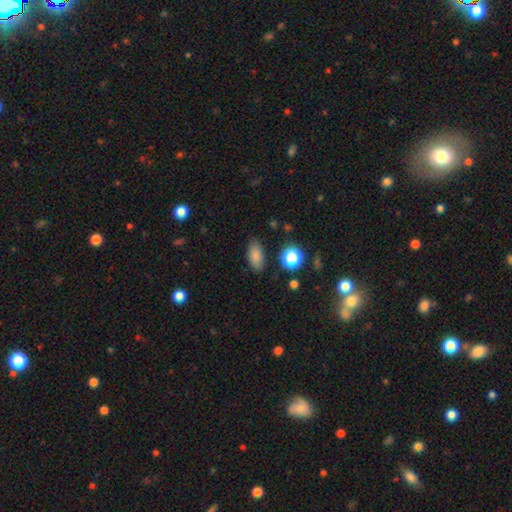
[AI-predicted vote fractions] Overall: smooth (83%). How rounded: in between (87%). Merging: none (84%).